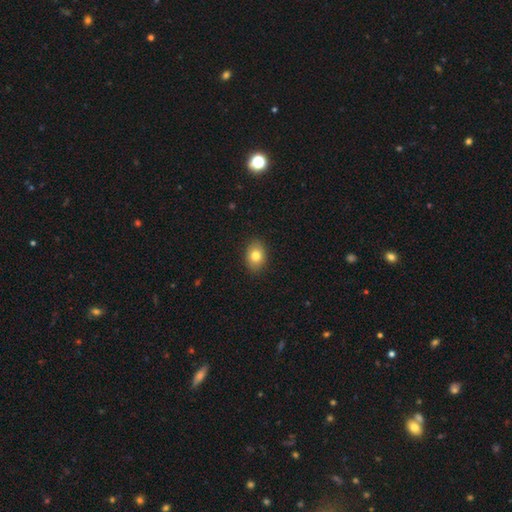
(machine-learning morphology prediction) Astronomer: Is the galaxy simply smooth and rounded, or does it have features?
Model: smooth — 80%.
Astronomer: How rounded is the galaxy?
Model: in between — 70%.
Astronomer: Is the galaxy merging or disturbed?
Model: none — 88%.